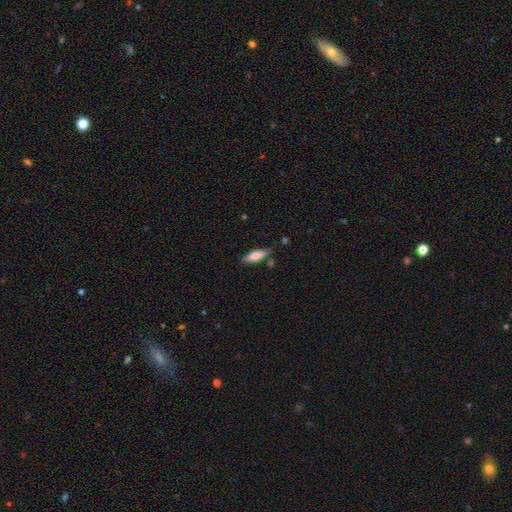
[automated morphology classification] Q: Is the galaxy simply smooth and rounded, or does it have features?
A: smooth — 74%.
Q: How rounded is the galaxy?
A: in between — 53%.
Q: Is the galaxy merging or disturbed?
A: none — 76%.